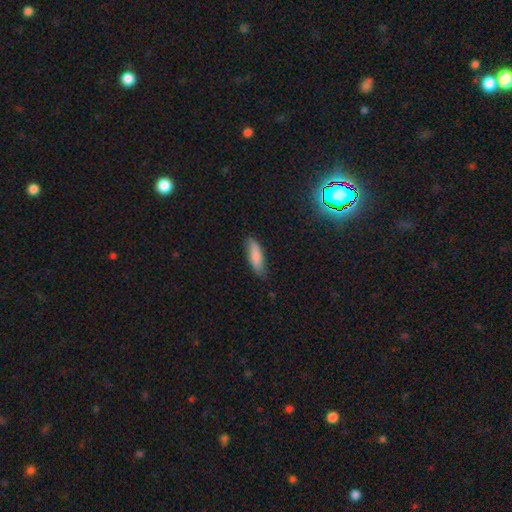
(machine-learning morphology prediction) Smooth or featured? Predicted: smooth (p=0.84). How rounded? Predicted: cigar-shaped (p=0.49, tied with in between). Merging? Predicted: none (p=0.75).